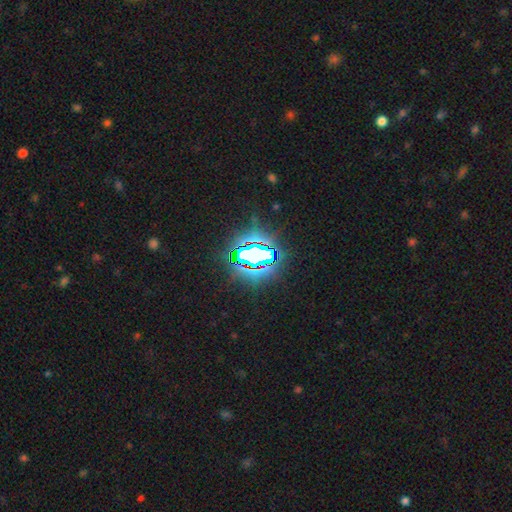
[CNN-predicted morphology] Q: Smooth or featured?
A: star or artifact (76%); runner-up: smooth (14%)